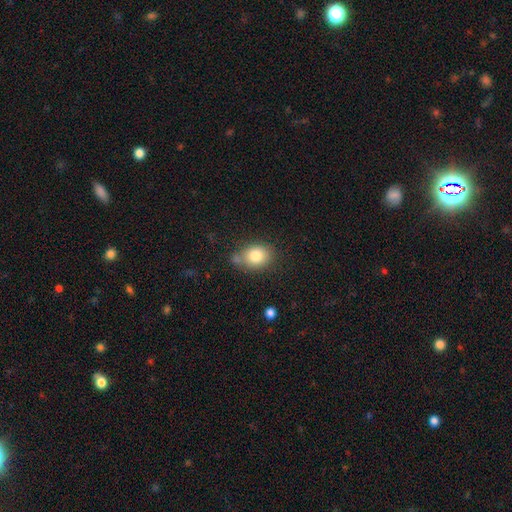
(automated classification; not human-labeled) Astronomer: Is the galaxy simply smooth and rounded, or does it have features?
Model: smooth — 81%.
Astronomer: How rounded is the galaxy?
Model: in between — 57% (runner-up: round, 42%).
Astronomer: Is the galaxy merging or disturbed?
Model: none — 62%.